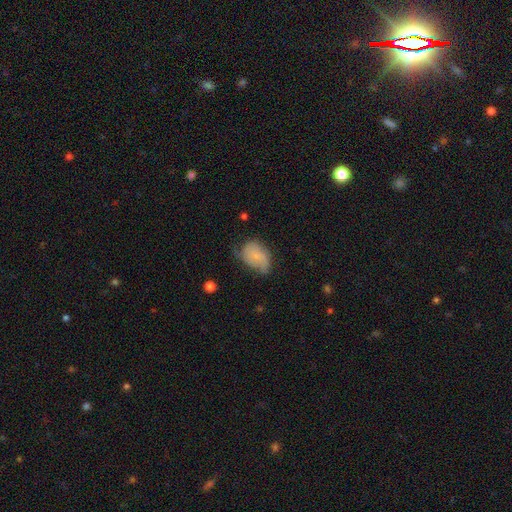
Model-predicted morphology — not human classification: Q: Smooth or featured?
A: smooth (65%); runner-up: featured or disk (27%)
Q: How rounded?
A: in between (82%); runner-up: round (16%)
Q: Merging?
A: minor disturbance (41%); runner-up: none (38%)